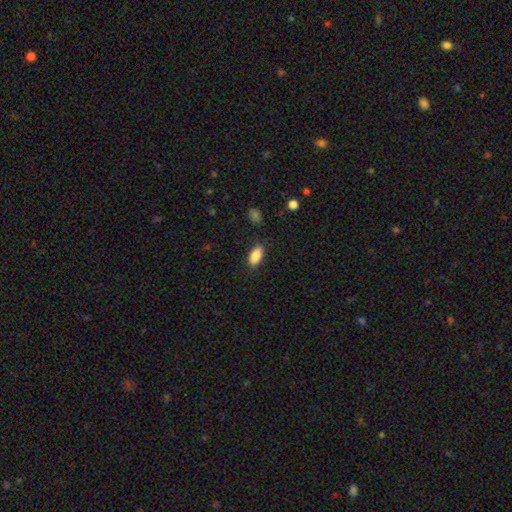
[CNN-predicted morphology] A smooth galaxy with no disk features (87%) that is in between round and cigar-shaped (87%).

Vote fractions:
- Smooth or featured? smooth: 87% / star or artifact: 7% / featured or disk: 6%
- How rounded? in between: 87% / cigar-shaped: 10% / round: 3%
- Merging? none: 84% / minor disturbance: 12% / major disturbance: 3% / merger: 1%